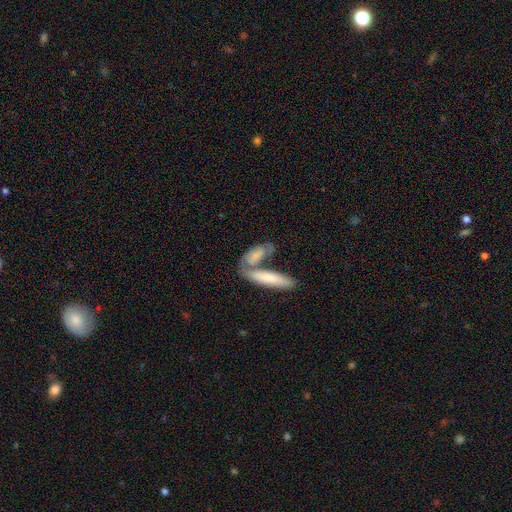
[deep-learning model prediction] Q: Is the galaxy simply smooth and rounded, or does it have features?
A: smooth — 62%.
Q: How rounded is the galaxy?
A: in between — 55%.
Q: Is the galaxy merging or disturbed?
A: merger — 52%.